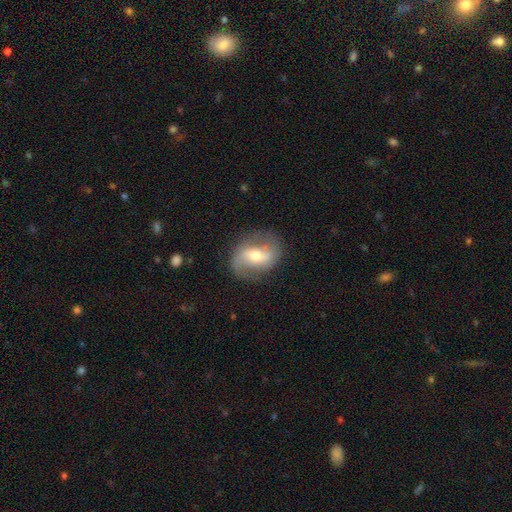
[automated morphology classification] type=featured or disk (78%); edge-on=no (96%); bar=weak (41%); spiral arms=yes (88%); winding=loose (46%); arm count=2 (88%); bulge=moderate (62%); merging=none (79%).